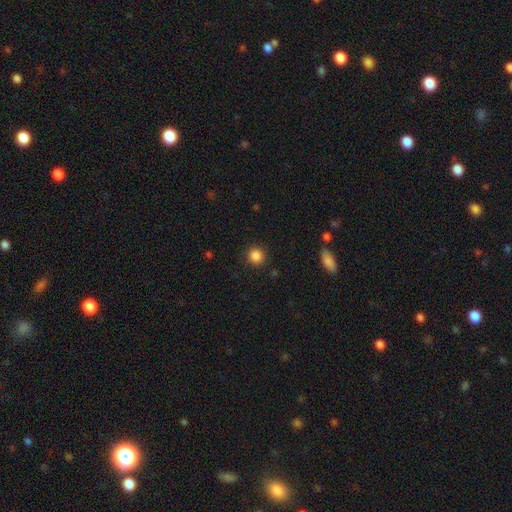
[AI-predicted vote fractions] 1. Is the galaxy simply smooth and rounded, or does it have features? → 86% smooth, 10% star or artifact, 3% featured or disk.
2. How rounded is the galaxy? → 92% round, 7% in between, 1% cigar-shaped.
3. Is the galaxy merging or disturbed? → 90% none, 6% minor disturbance, 2% major disturbance, 1% merger.